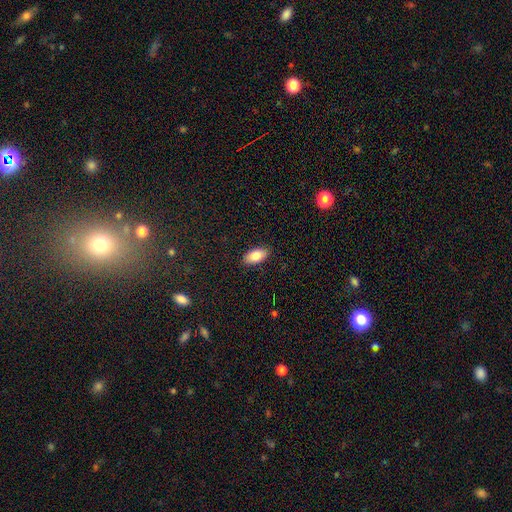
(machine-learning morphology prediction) Smooth or featured?
  - smooth: 85% *
  - featured or disk: 8%
  - star or artifact: 7%
How rounded?
  - in between: 93% *
  - cigar-shaped: 4%
  - round: 3%
Merging?
  - none: 88% *
  - minor disturbance: 9%
  - major disturbance: 2%
  - merger: 1%